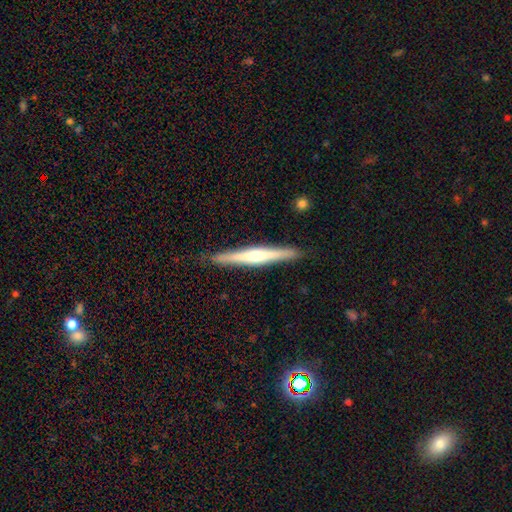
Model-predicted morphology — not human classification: The model was most divided on "smooth or featured": featured or disk: 66%, smooth: 28%, star or artifact: 5%. More confident: edge-on disk — yes (97%); merging — none (89%); edge-on bulge — rounded (81%).